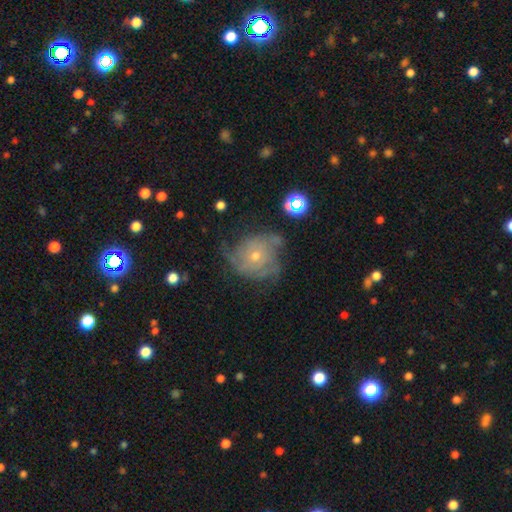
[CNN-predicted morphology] A featured or disk galaxy (75%) with no bar (81%), tight (50%) spiral arms (88%) and a small central bulge (59%). Merging: none (53%).